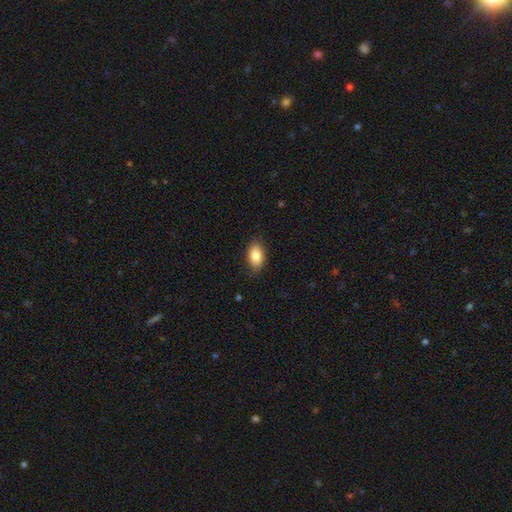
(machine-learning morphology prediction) Smooth or featured: smooth — 84% (featured or disk — 9%)
How rounded: in between — 91% (round — 7%)
Merging: none — 85% (minor disturbance — 12%)